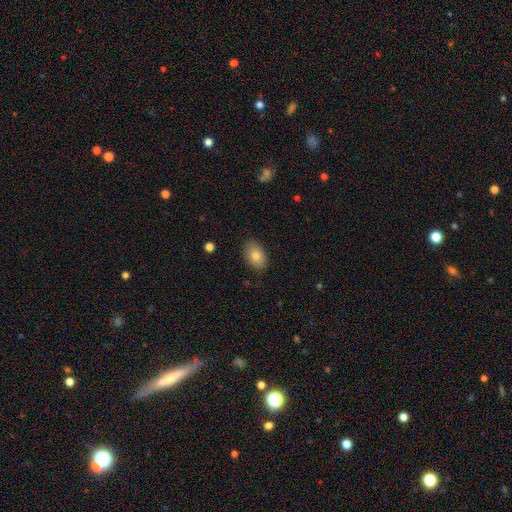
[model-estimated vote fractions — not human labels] Smooth or featured: smooth — 80% (featured or disk — 13%)
How rounded: in between — 89% (round — 9%)
Merging: none — 85% (minor disturbance — 12%)